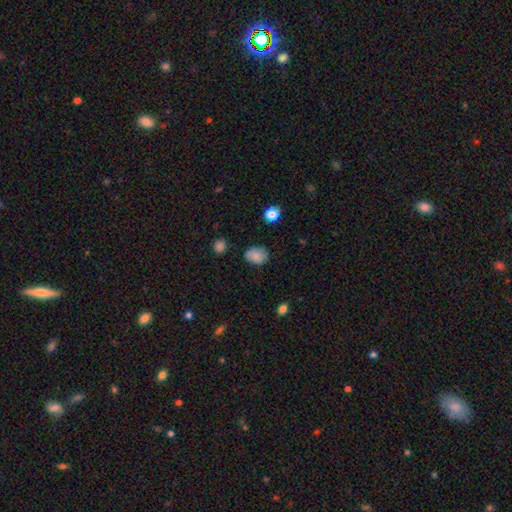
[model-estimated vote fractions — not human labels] A smooth galaxy with no disk features (84%) that is in between round and cigar-shaped (64%).

Vote fractions:
- Smooth or featured? smooth: 84% / star or artifact: 9% / featured or disk: 7%
- How rounded? in between: 64% / round: 35% / cigar-shaped: 1%
- Merging? none: 77% / minor disturbance: 18% / major disturbance: 3% / merger: 2%